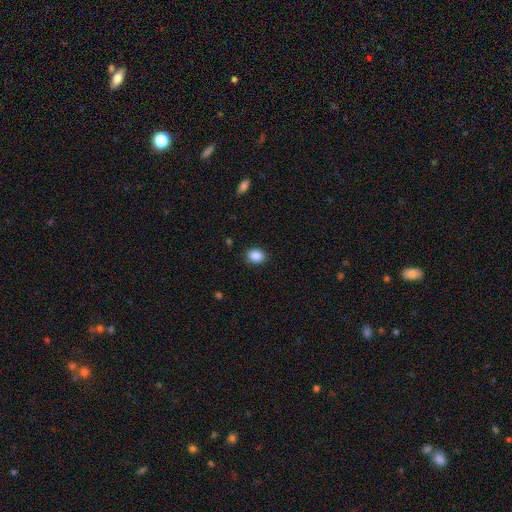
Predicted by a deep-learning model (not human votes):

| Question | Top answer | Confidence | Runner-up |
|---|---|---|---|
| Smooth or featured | smooth | 88% | star or artifact (9%) |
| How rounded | in between | 53% | round (47%) |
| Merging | none | 88% | minor disturbance (9%) |